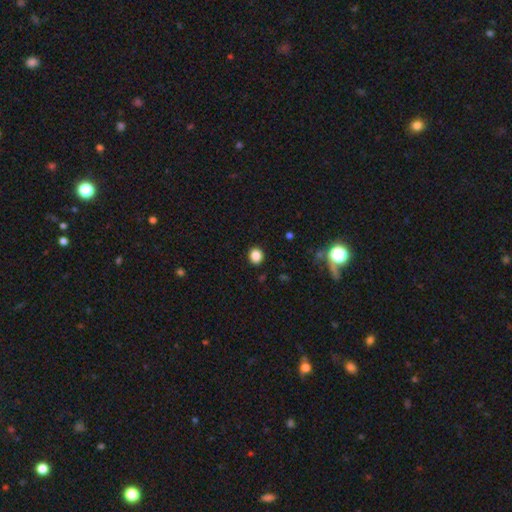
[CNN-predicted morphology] smooth_or_featured: smooth (p=0.85) [alt: star or artifact p=0.11]
how_rounded: round (p=0.79) [alt: in between p=0.20]
merging: none (p=0.91) [alt: minor disturbance p=0.06]